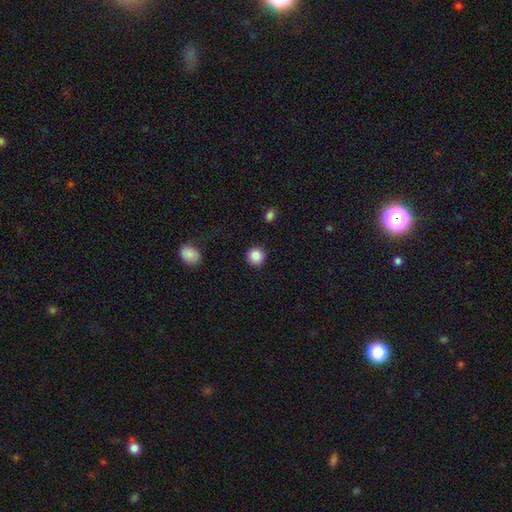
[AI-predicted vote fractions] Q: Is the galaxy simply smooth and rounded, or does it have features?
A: smooth — 88%.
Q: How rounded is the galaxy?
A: round — 94%.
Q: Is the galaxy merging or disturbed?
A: none — 92%.